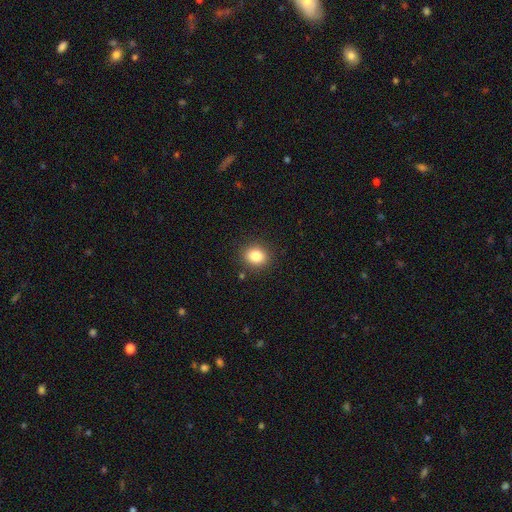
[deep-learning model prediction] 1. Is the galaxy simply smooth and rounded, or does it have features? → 84% smooth, 10% star or artifact, 6% featured or disk.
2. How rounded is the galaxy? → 68% round, 31% in between, 1% cigar-shaped.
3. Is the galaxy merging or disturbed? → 88% none, 8% minor disturbance, 2% major disturbance, 1% merger.